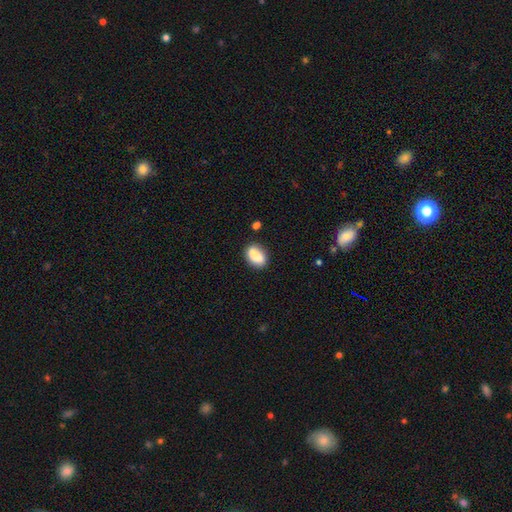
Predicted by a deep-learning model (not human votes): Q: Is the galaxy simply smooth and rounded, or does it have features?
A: smooth — 85%.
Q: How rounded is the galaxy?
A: in between — 86%.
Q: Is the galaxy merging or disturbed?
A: none — 75%.